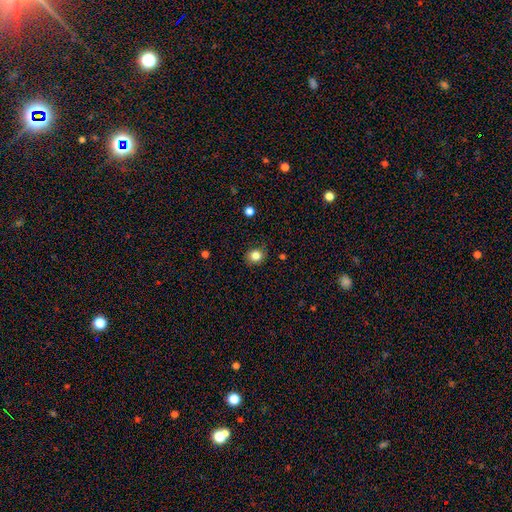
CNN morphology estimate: smooth_or_featured: smooth (p=0.84) [alt: star or artifact p=0.11]
how_rounded: round (p=0.73) [alt: in between p=0.26]
merging: none (p=0.86) [alt: minor disturbance p=0.10]